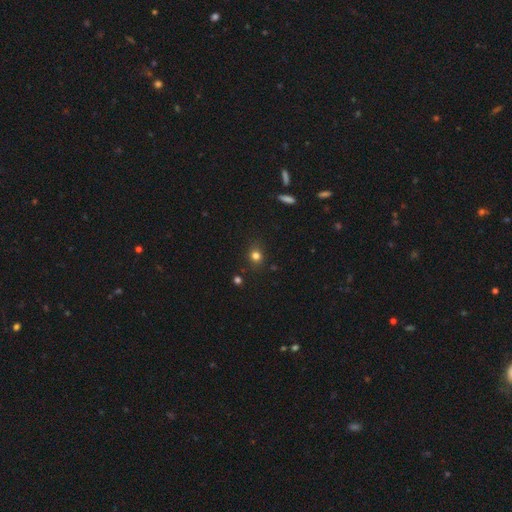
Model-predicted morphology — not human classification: type=smooth (79%); roundness=round (75%); merging=none (83%).